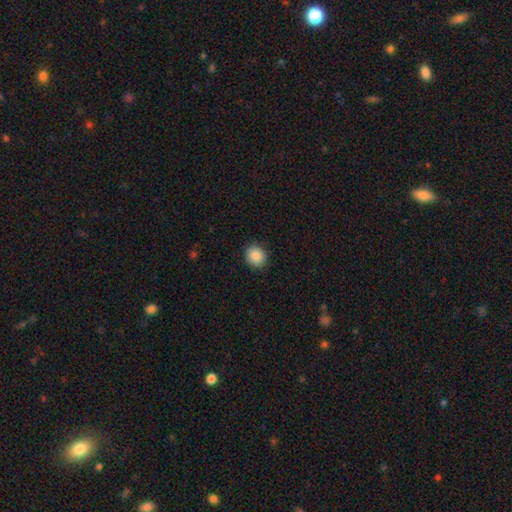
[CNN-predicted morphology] Q: Smooth or featured?
A: smooth (87%); runner-up: star or artifact (9%)
Q: How rounded?
A: round (84%); runner-up: in between (15%)
Q: Merging?
A: none (90%); runner-up: minor disturbance (7%)